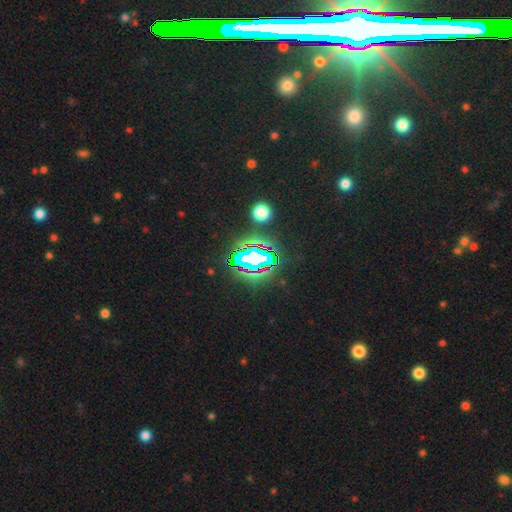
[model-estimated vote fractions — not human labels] This appears to be a star or artifact, not a galaxy (75%).